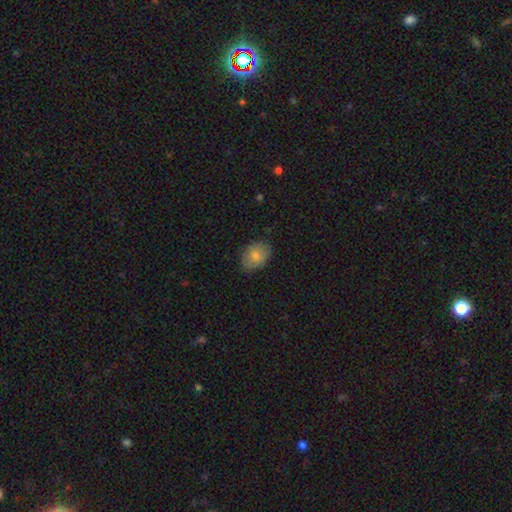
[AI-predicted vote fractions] smooth 80%, featured or disk 13%, star or artifact 7%. Down the decision tree: how rounded — in between (79%); merging — none (78%).